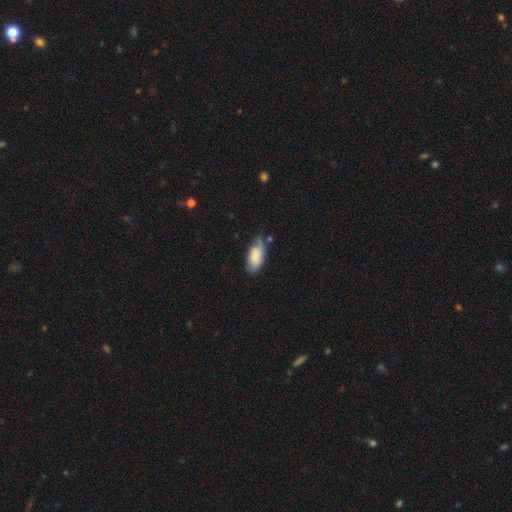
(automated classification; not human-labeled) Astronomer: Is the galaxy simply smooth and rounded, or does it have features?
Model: smooth — 70%.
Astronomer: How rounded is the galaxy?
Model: in between — 91%.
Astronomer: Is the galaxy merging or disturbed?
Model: none — 47% (runner-up: minor disturbance, 35%).